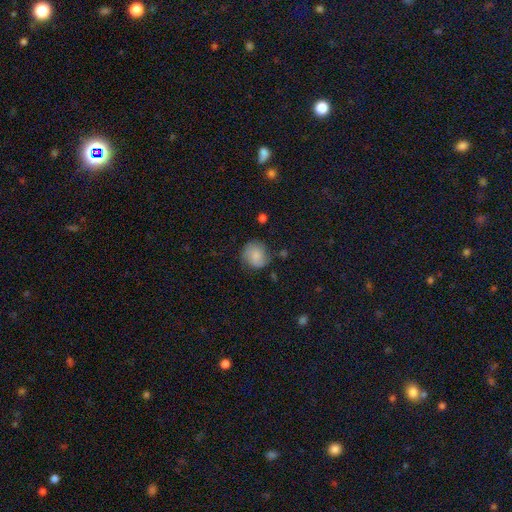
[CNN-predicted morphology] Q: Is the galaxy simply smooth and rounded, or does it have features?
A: smooth — 75%.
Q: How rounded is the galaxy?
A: round — 81%.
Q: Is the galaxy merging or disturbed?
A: none — 65%.